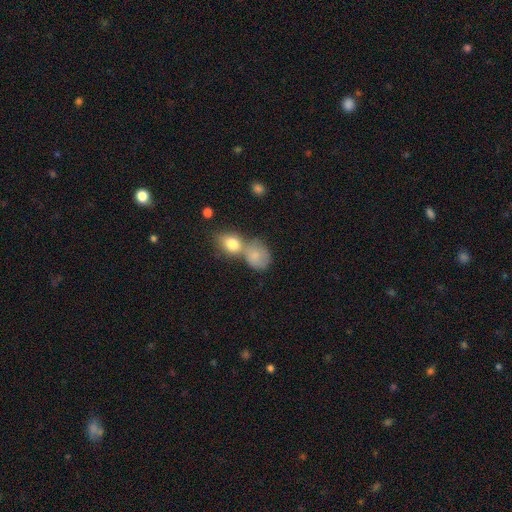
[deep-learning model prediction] This is likely a smooth galaxy (79%). How rounded: possibly round (50%). Merging: possibly merger (53%).